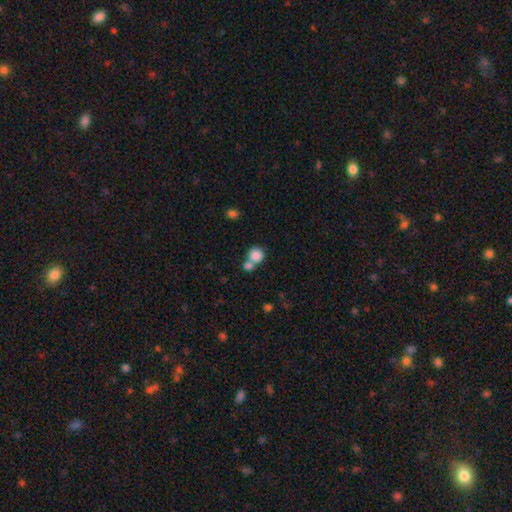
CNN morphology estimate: Smooth or featured: smooth — 84% (star or artifact — 9%)
How rounded: round — 87% (in between — 12%)
Merging: merger — 45% (none — 43%)